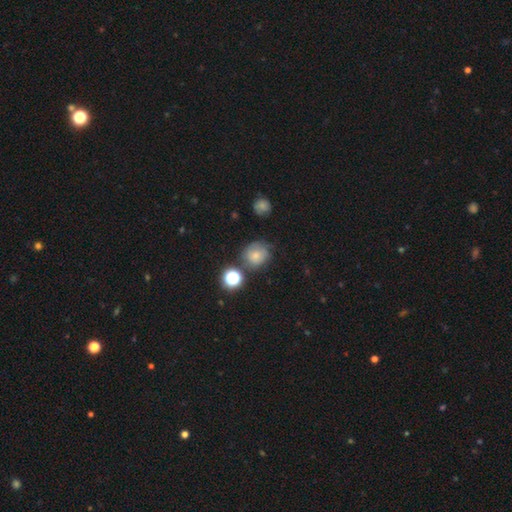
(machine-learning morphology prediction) A smooth galaxy with no disk features (69%) that is round (78%). Merging: none (61%).